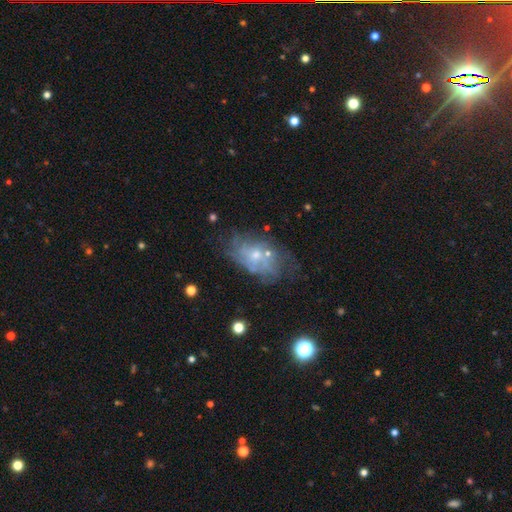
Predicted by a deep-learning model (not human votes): Morphology: type=featured or disk (64%); edge-on=no (95%); bar=no (82%); spiral arms=yes (56%); bulge=small (62%); merging=none (50%).